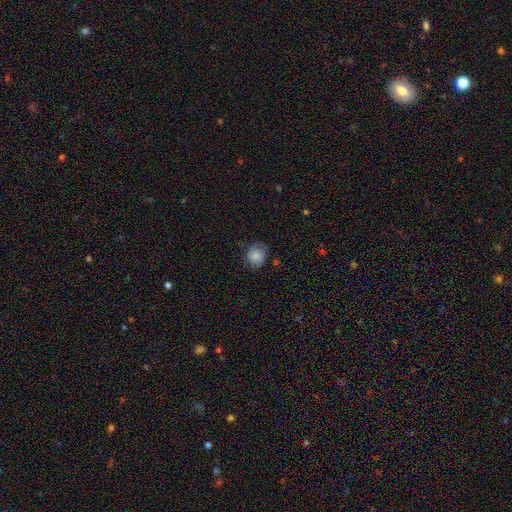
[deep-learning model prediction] Smooth or featured: smooth — 74% (featured or disk — 18%)
How rounded: round — 71% (in between — 28%)
Merging: none — 65% (minor disturbance — 26%)